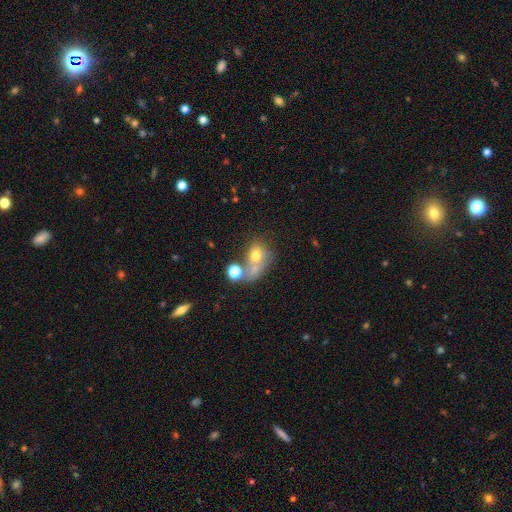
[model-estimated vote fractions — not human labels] Smooth or featured? smooth (64%)
How rounded? round (50%)
Merging? merger (47%)